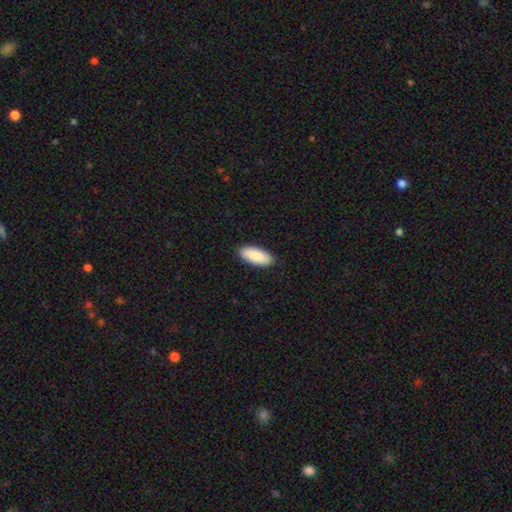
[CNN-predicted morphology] This appears to be a smooth galaxy with no disk features (90%) that is in between round and cigar-shaped (85%). Merging: none (90%).